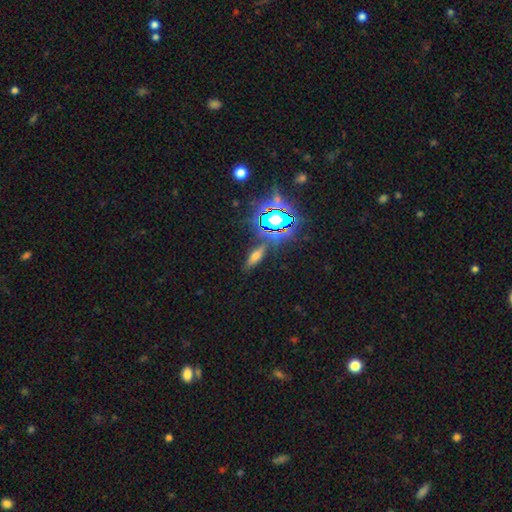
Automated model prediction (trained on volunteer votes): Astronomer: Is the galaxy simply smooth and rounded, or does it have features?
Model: smooth — 51% (runner-up: star or artifact, 30%).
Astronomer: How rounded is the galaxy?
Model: cigar-shaped — 47% (runner-up: in between, 46%).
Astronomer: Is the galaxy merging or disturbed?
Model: none — 80%.